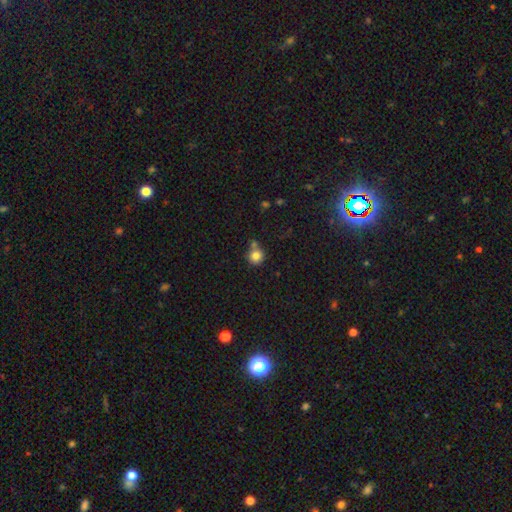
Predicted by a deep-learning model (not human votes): Morphology: type=smooth (82%); roundness=round (90%); merging=none (60%).